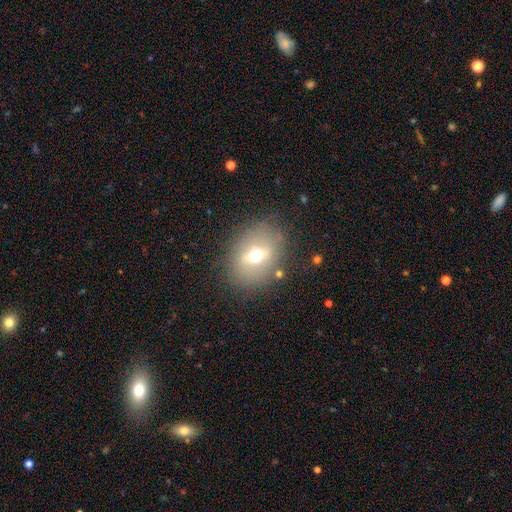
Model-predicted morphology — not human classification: This is possibly a smooth galaxy (50%). How rounded: possibly in between (55%). Merging: clearly none (82%).